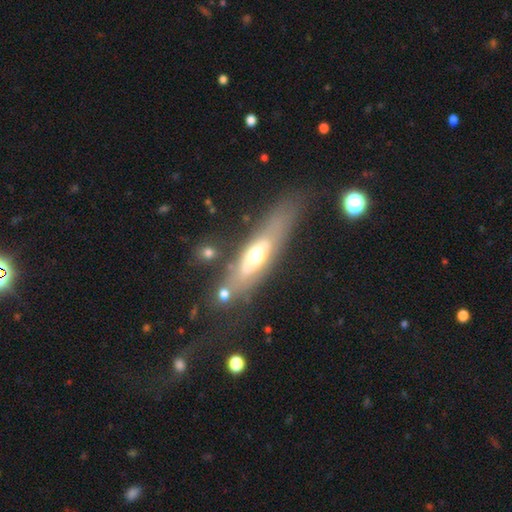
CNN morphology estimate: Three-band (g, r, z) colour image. It shows a featured or disk galaxy (57%) viewed edge-on (52%). Merging: none (70%).